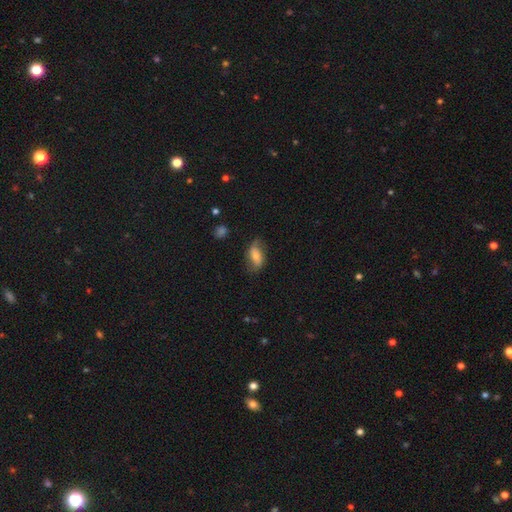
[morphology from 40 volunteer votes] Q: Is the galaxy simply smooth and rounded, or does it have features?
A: smooth — 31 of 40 (78%).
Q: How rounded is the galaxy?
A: in between — 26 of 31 (84%).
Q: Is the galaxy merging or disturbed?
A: none — 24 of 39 (62%).